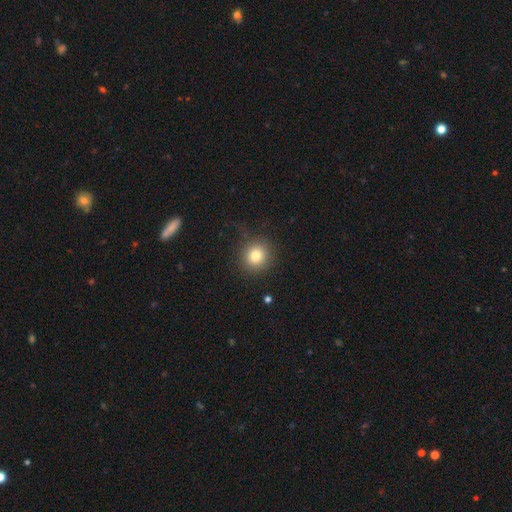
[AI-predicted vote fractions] A smooth galaxy with no disk features (81%) that is round (90%). Merging: none (86%).